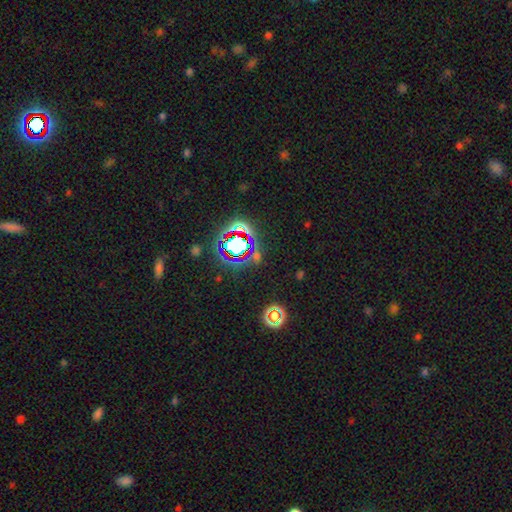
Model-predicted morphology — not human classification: smooth-or-featured: star or artifact: 79% | smooth: 12% | featured or disk: 8%